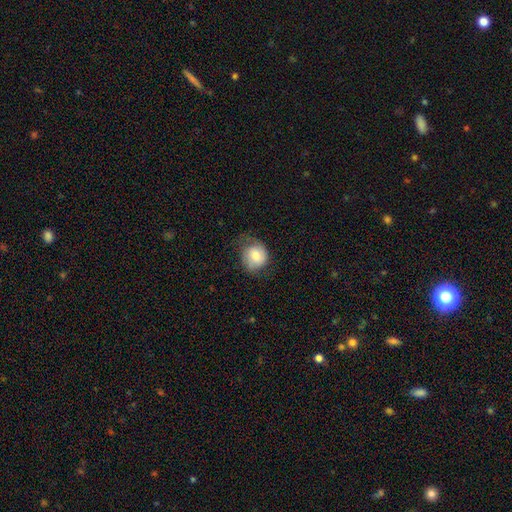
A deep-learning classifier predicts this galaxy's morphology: smooth_or_featured: smooth (p=0.70) [alt: featured or disk p=0.22]
how_rounded: round (p=0.69) [alt: in between p=0.30]
merging: none (p=0.50) [alt: minor disturbance p=0.33]